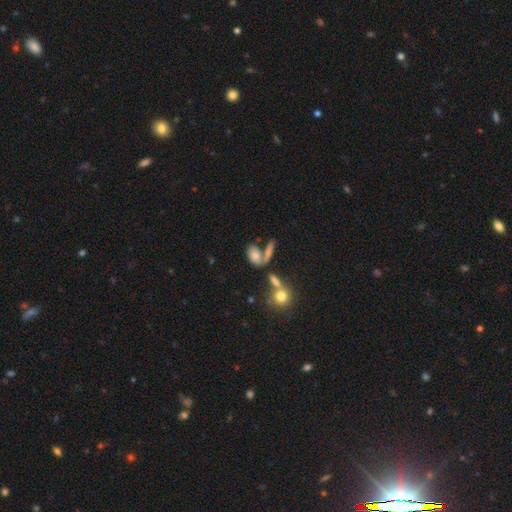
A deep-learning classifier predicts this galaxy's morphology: Smooth or featured?
  - smooth: 67% *
  - featured or disk: 20%
  - star or artifact: 12%
How rounded?
  - in between: 79% *
  - round: 11%
  - cigar-shaped: 10%
Merging?
  - merger: 39% *
  - none: 37%
  - minor disturbance: 13%
  - major disturbance: 12%